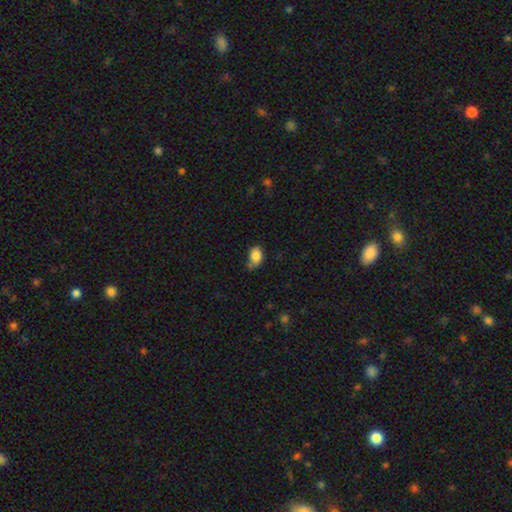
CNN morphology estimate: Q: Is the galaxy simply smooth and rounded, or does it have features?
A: smooth — 84%.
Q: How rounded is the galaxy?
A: in between — 77%.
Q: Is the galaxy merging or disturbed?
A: none — 50%.